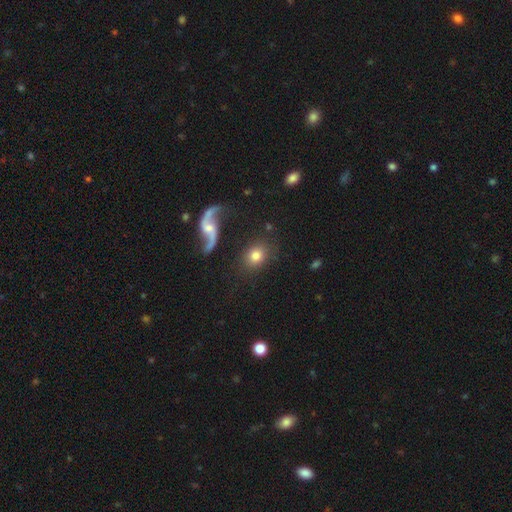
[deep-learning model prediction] Smooth or featured?
  - smooth: 68% *
  - featured or disk: 23%
  - star or artifact: 9%
How rounded?
  - round: 63% *
  - in between: 35%
  - cigar-shaped: 2%
Merging?
  - none: 80% *
  - minor disturbance: 11%
  - major disturbance: 5%
  - merger: 5%